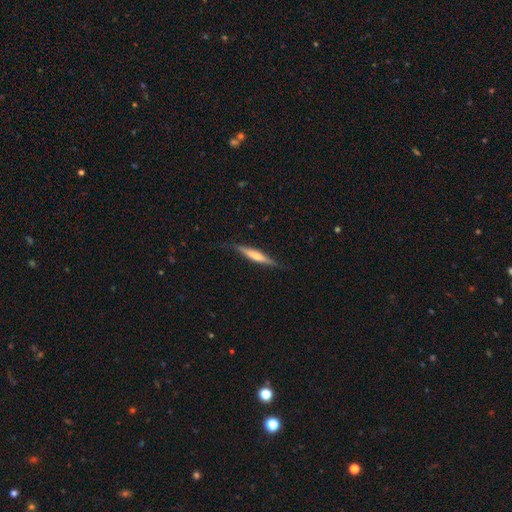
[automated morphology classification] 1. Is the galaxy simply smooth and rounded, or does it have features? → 52% featured or disk, 42% smooth, 6% star or artifact.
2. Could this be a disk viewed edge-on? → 96% yes, 4% no.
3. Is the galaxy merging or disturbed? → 85% none, 12% minor disturbance, 2% major disturbance, 1% merger.